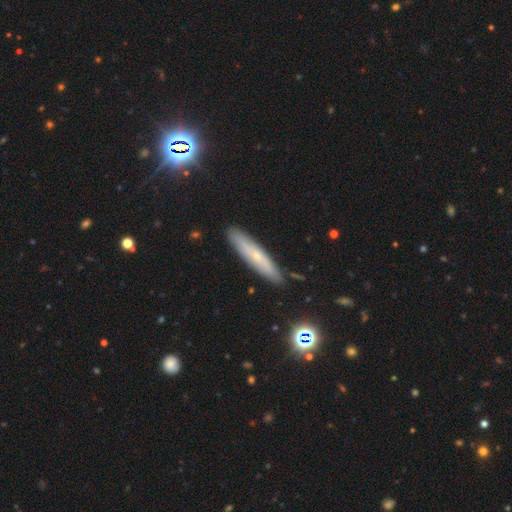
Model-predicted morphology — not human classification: This appears to be a smooth galaxy with no disk features (49%). Merging: none (87%).